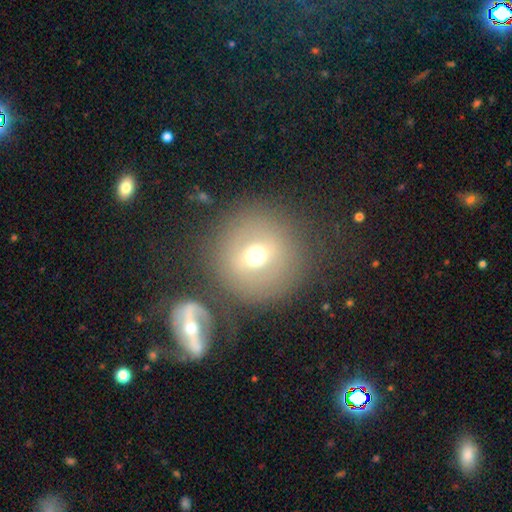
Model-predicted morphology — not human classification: Q: Smooth or featured?
A: smooth (59%); runner-up: featured or disk (30%)
Q: How rounded?
A: round (93%); runner-up: in between (6%)
Q: Merging?
A: none (67%); runner-up: merger (16%)